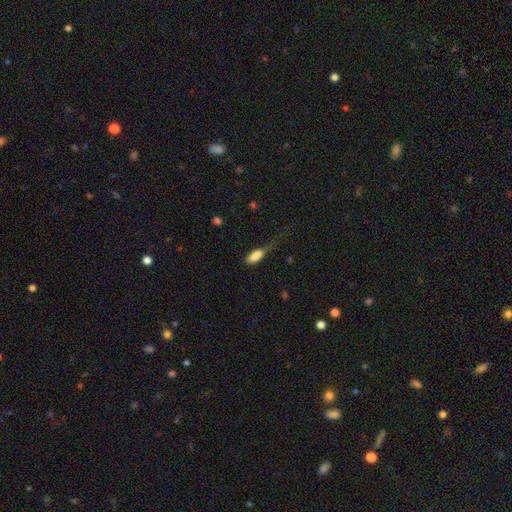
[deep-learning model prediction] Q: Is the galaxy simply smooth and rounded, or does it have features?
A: smooth — 83%.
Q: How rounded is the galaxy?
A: in between — 80%.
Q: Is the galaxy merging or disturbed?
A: major disturbance — 33%, tied with none.